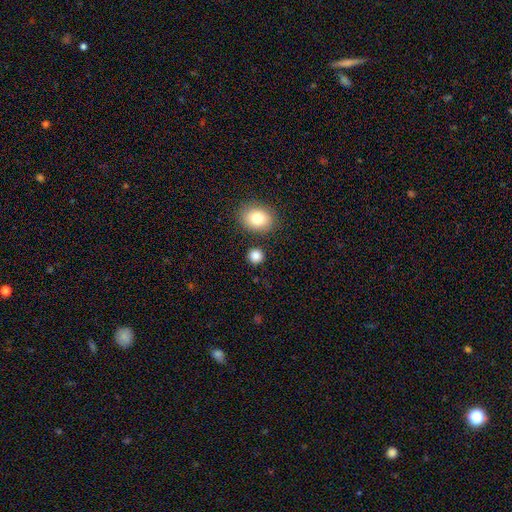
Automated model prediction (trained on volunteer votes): Smooth or featured? Predicted: smooth (p=0.84). How rounded? Predicted: round (p=0.86). Merging? Predicted: none (p=0.85).